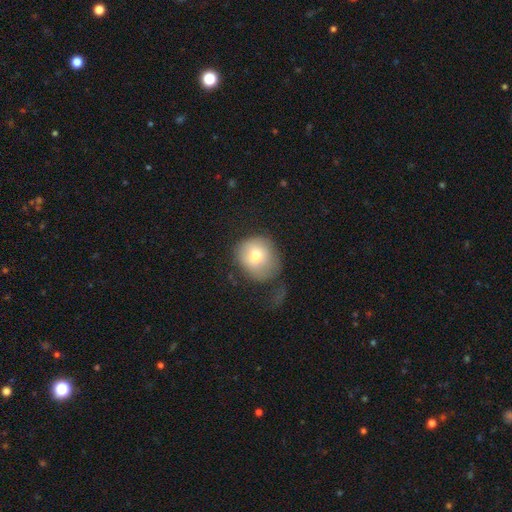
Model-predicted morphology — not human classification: A smooth galaxy with no disk features (74%) that is round (81%). Merging: none (50%).